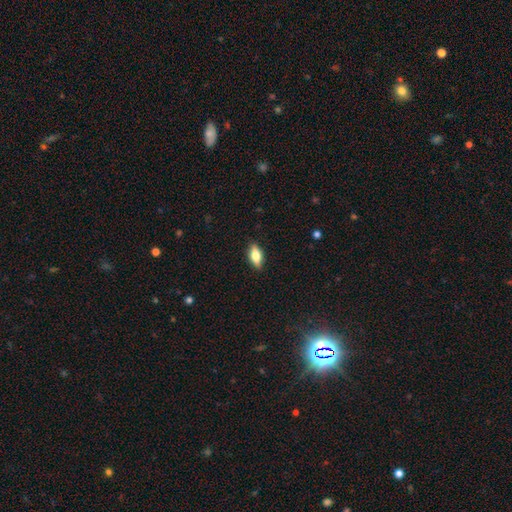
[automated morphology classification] smooth-or-featured: smooth: 65% | featured or disk: 28% | star or artifact: 7%
  how-rounded: in between: 78% | cigar-shaped: 19% | round: 4%
  merging: none: 87% | minor disturbance: 10% | major disturbance: 2% | merger: 1%